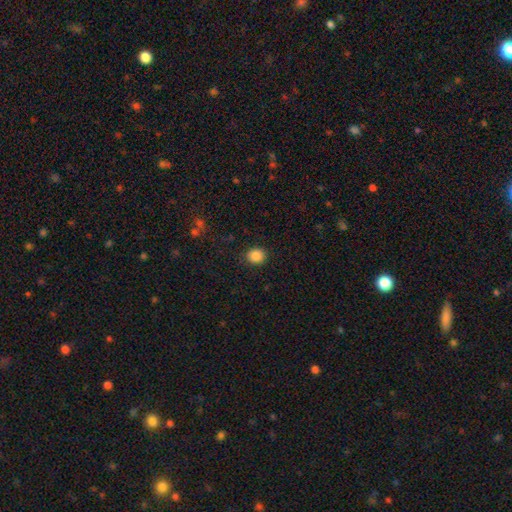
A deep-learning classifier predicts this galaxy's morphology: Smooth or featured: smooth — 86% (star or artifact — 10%)
How rounded: round — 82% (in between — 17%)
Merging: none — 90% (minor disturbance — 7%)